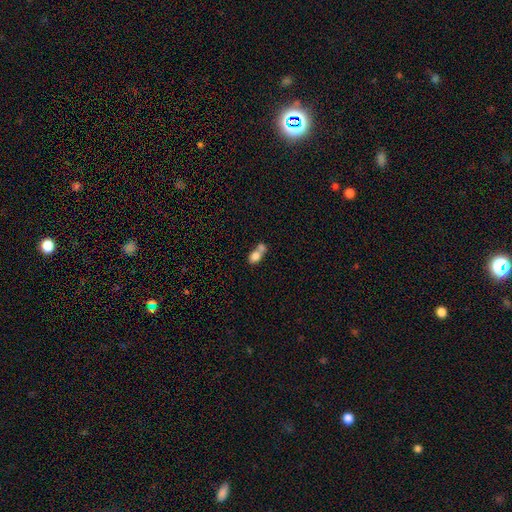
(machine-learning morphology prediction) Smooth or featured? Predicted: smooth (p=0.77). How rounded? Predicted: in between (p=0.63). Merging? Predicted: merger (p=0.70).